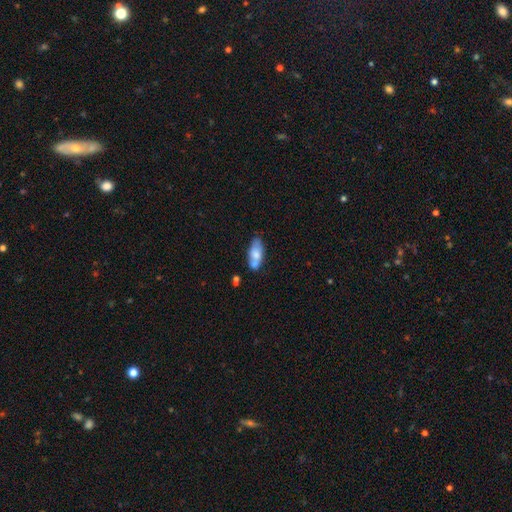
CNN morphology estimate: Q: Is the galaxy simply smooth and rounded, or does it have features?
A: smooth — 70%.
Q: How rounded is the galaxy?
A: in between — 79%.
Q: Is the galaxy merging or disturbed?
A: none — 53%.